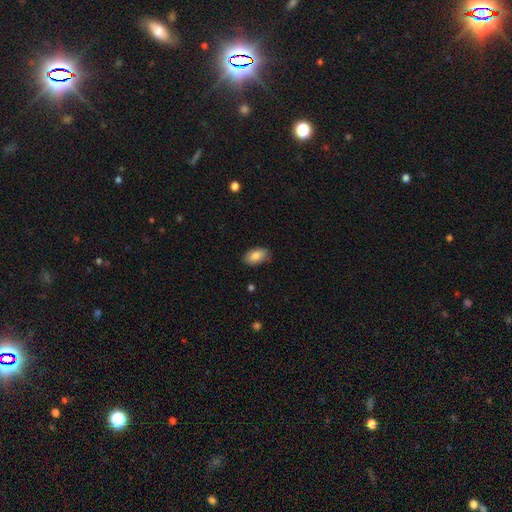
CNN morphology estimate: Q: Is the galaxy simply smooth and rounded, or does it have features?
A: smooth — 85%.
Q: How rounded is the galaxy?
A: in between — 93%.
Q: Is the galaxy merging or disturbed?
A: none — 83%.